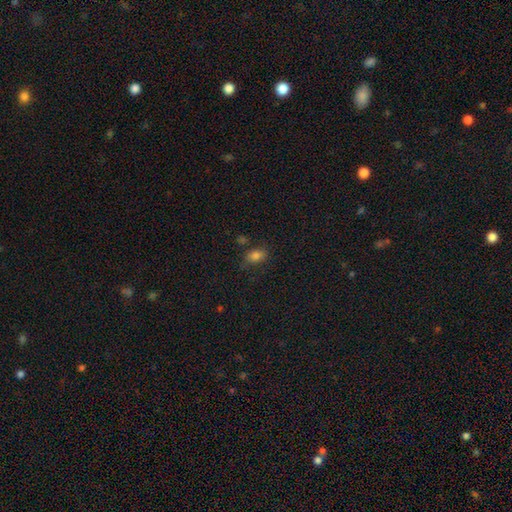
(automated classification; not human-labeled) Morphology: type=smooth (81%); roundness=in between (82%); merging=none (71%).